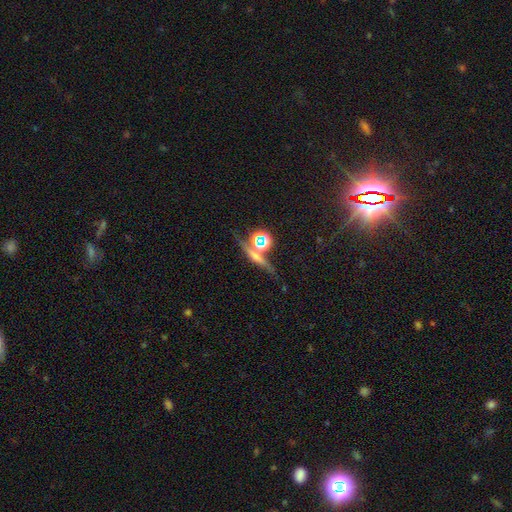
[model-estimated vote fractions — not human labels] Overall: featured or disk (40%; smooth 31%). Merging: none (62%).